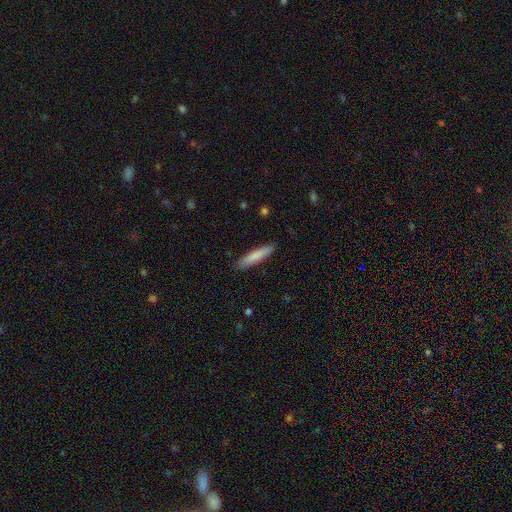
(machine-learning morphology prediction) Smooth or featured: smooth — 81% (featured or disk — 13%)
How rounded: cigar-shaped — 87% (in between — 12%)
Merging: none — 88% (minor disturbance — 9%)